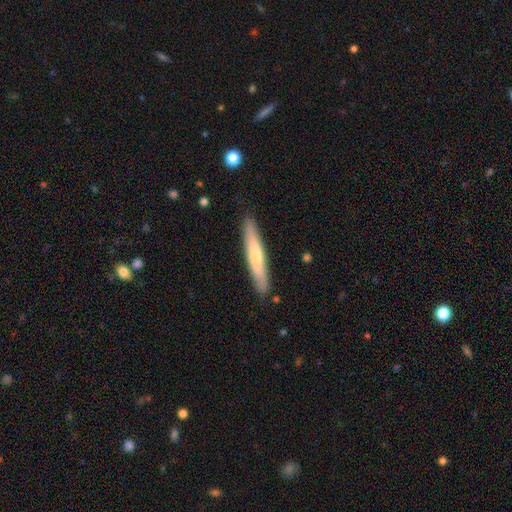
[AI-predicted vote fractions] smooth-or-featured: smooth: 63% | featured or disk: 32% | star or artifact: 5%
  how-rounded: cigar-shaped: 93% | in between: 6% | round: 1%
  merging: none: 88% | minor disturbance: 9% | major disturbance: 2% | merger: 1%